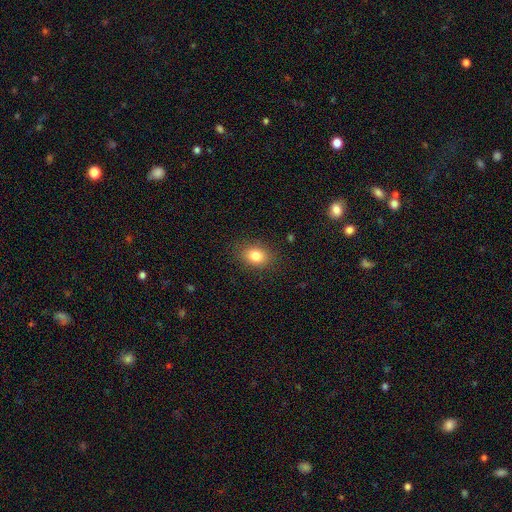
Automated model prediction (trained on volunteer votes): Smooth or featured: smooth — 82% (star or artifact — 10%)
How rounded: in between — 64% (round — 35%)
Merging: none — 86% (minor disturbance — 10%)